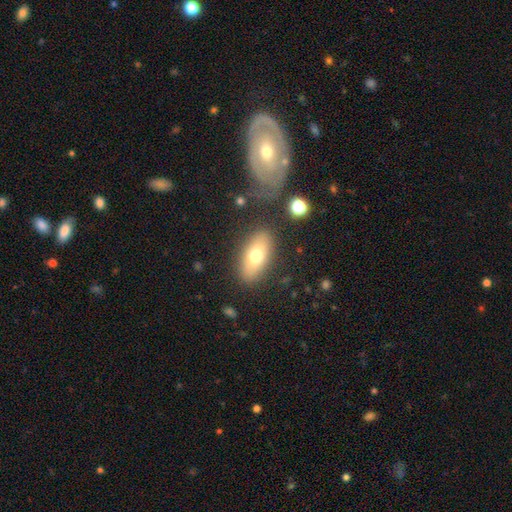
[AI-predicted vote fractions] Morphology: type=smooth (69%); roundness=in between (85%); merging=none (84%).